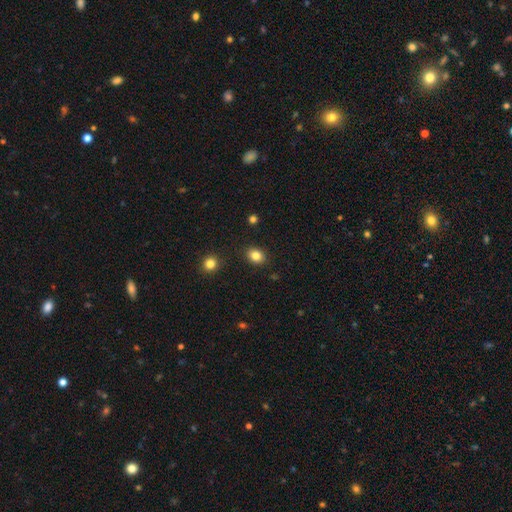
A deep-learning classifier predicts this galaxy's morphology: type=smooth (84%); roundness=in between (51%); merging=none (88%).